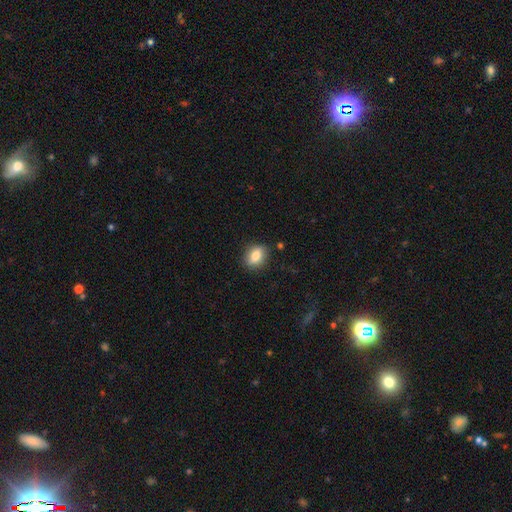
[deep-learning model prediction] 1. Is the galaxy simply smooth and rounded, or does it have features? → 81% smooth, 11% featured or disk, 8% star or artifact.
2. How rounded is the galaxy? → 72% in between, 25% round, 4% cigar-shaped.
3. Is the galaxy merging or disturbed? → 84% none, 11% minor disturbance, 3% major disturbance, 2% merger.